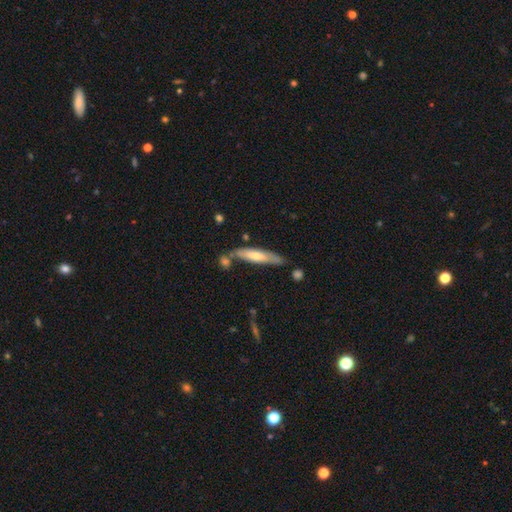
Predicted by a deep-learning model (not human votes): This appears to be a smooth galaxy with no disk features (51%) that is cigar-shaped (82%). Merging: none (66%).